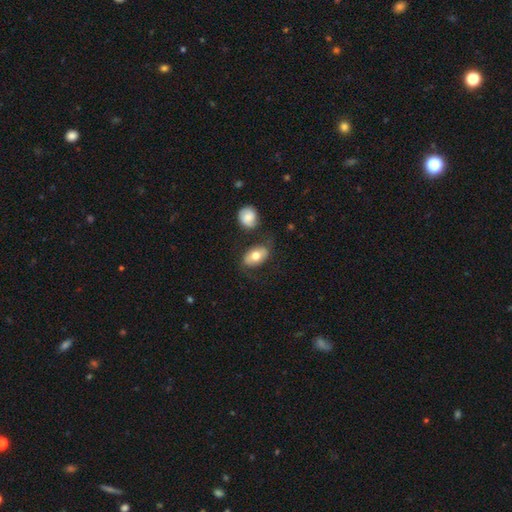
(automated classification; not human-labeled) Morphology: type=smooth (70%); roundness=in between (89%); merging=none (68%).